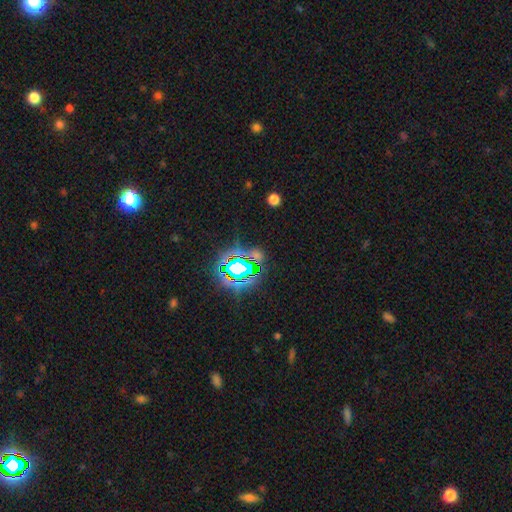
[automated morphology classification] Smooth or featured? star or artifact (71%)